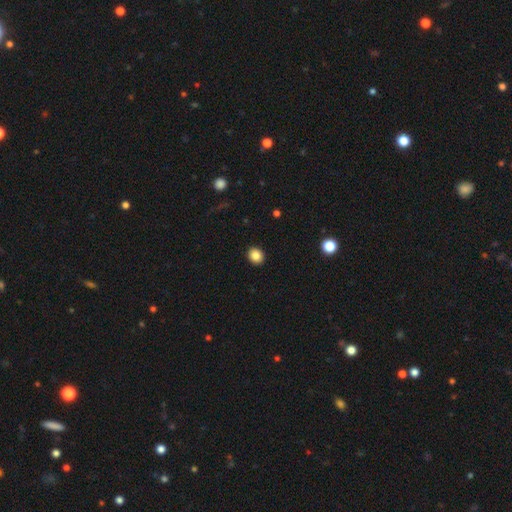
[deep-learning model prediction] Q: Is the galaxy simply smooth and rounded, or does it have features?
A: smooth — 86%.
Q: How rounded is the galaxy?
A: round — 70%.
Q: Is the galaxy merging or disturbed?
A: none — 92%.